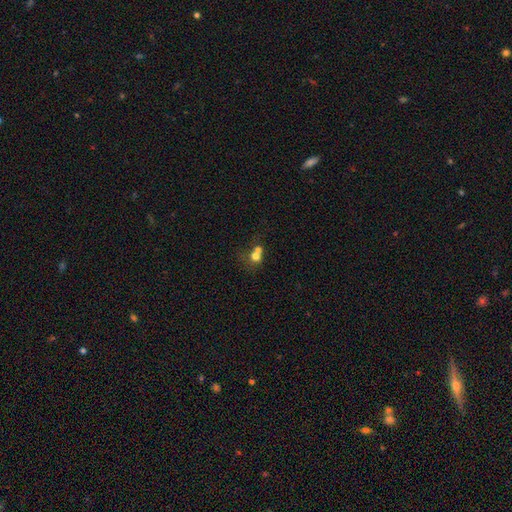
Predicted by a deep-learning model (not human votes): Q: Smooth or featured?
A: smooth (70%); runner-up: featured or disk (17%)
Q: How rounded?
A: round (75%); runner-up: in between (24%)
Q: Merging?
A: merger (62%); runner-up: none (26%)